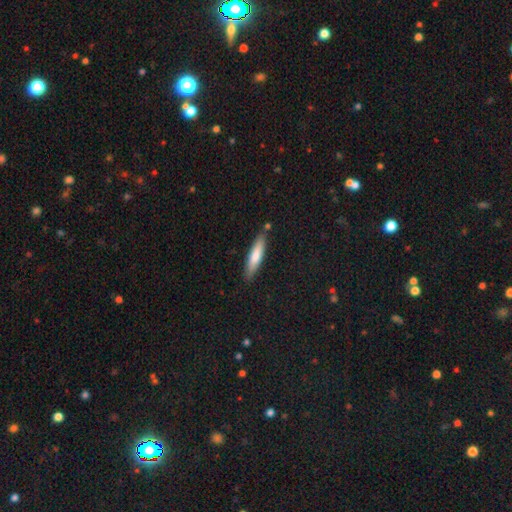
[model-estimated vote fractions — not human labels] Smooth or featured? Predicted: smooth (p=0.71). How rounded? Predicted: cigar-shaped (p=0.80). Merging? Predicted: none (p=0.83).